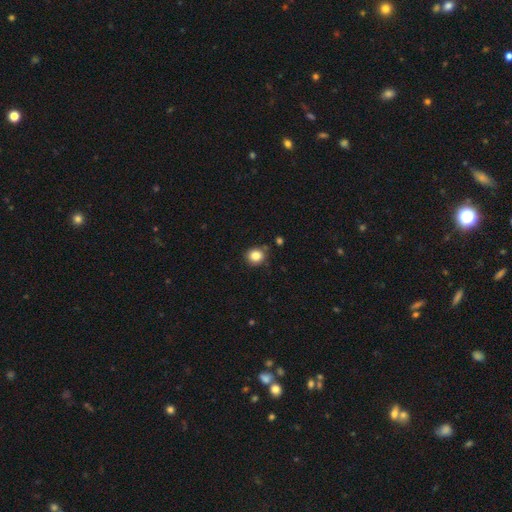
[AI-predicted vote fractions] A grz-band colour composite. It shows a smooth galaxy with no disk features (84%) that is round (85%). Merging: none (82%).